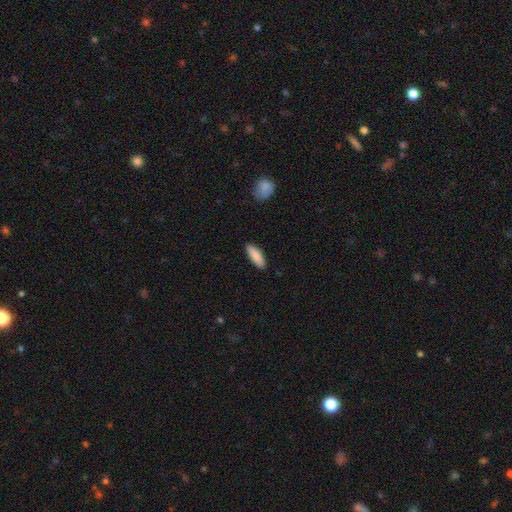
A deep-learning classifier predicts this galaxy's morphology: The model was most divided on "how rounded": in between: 56%, cigar-shaped: 43%, round: 2%. More confident: merging — none (88%); smooth or featured — smooth (87%).